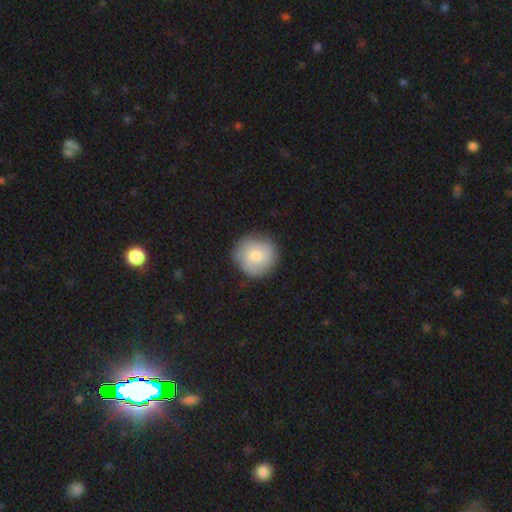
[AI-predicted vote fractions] Overall: smooth (72%). How rounded: round (93%). Merging: none (83%).